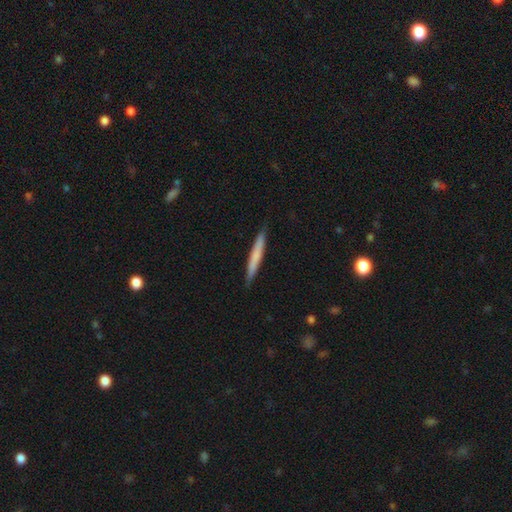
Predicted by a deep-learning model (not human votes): smooth-or-featured: smooth: 65% | featured or disk: 30% | star or artifact: 5%
  how-rounded: cigar-shaped: 96% | in between: 2% | round: 1%
  merging: none: 90% | minor disturbance: 8% | major disturbance: 1% | merger: 1%